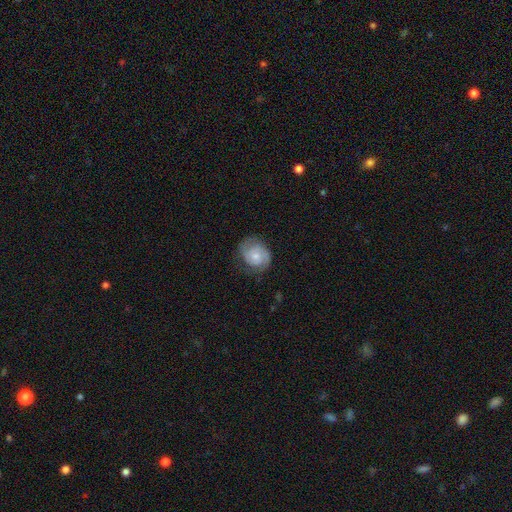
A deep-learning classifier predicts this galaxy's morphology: Smooth or featured? featured or disk (66%)
Edge-on disk? no (97%)
Bar? no (70%)
Spiral arms? yes (92%)
Spiral winding? tight (50%)
Spiral arm count? 2 (74%)
Bulge size? small (47%)
Merging? none (70%)